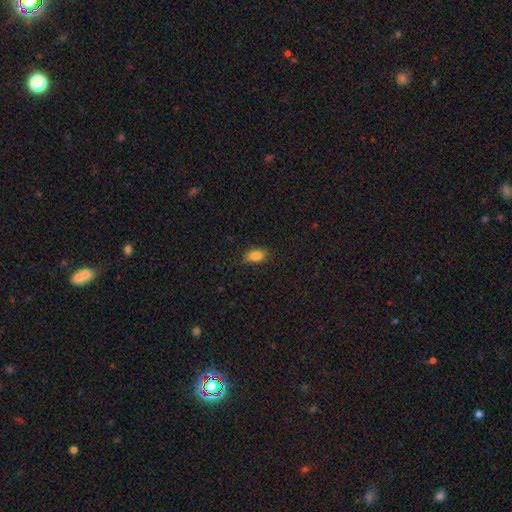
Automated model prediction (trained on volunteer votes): Smooth or featured?
  - smooth: 84% *
  - star or artifact: 9%
  - featured or disk: 6%
How rounded?
  - in between: 88% *
  - round: 8%
  - cigar-shaped: 4%
Merging?
  - none: 84% *
  - minor disturbance: 13%
  - major disturbance: 2%
  - merger: 1%